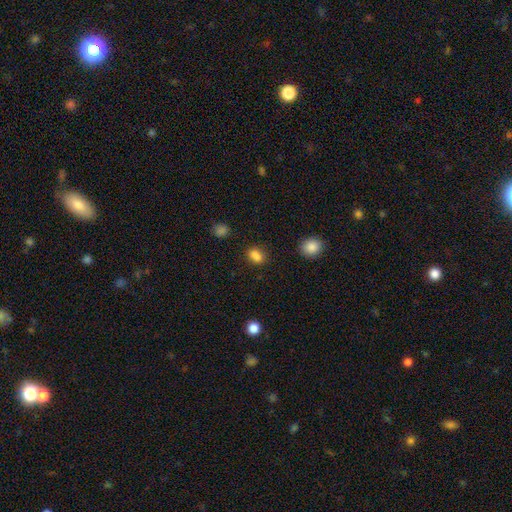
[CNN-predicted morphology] This is clearly a smooth galaxy (82%). How rounded: likely in between (63%). Merging: likely none (64%).